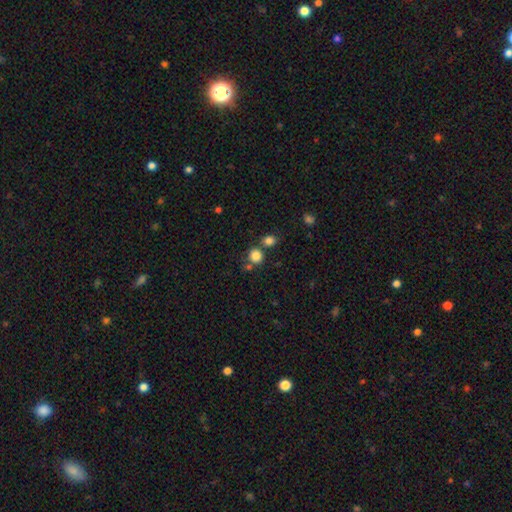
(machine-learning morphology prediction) Smooth or featured? smooth (83%)
How rounded? round (86%)
Merging? none (67%)